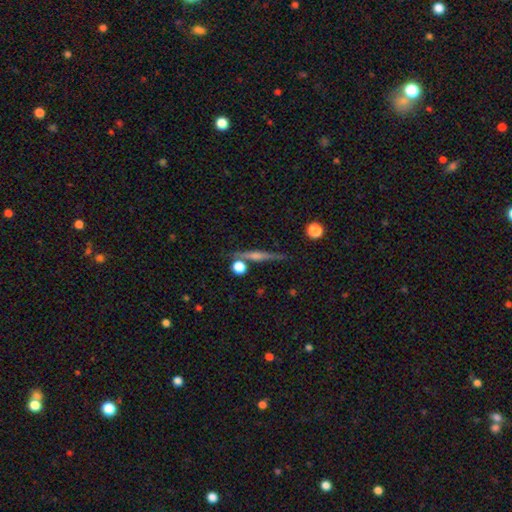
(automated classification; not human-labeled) smooth-or-featured: featured or disk: 52% | smooth: 27% | star or artifact: 21%
  disk-edge-on: yes: 86% | no: 14%
  merging: none: 71% | minor disturbance: 11% | merger: 11% | major disturbance: 7%